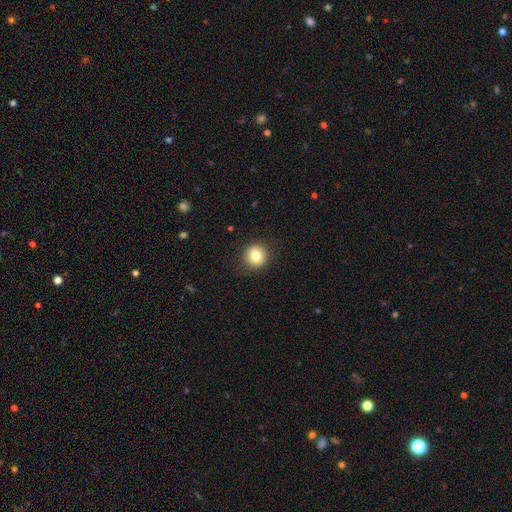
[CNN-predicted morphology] type=smooth (81%); roundness=round (91%); merging=none (88%).